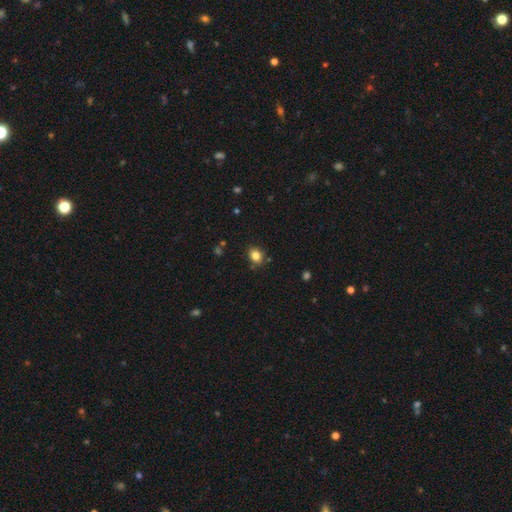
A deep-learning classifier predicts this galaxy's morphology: smooth_or_featured: smooth (p=0.83) [alt: star or artifact p=0.11]
how_rounded: round (p=0.52) [alt: in between p=0.47]
merging: none (p=0.82) [alt: minor disturbance p=0.12]